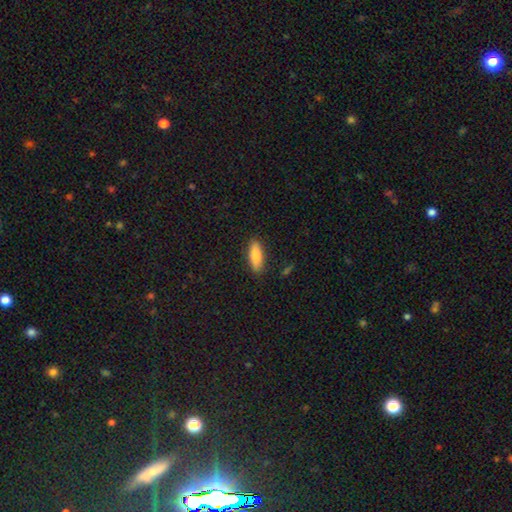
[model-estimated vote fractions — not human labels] A smooth galaxy with no disk features (81%) that is in between round and cigar-shaped (55%). Merging: none (86%).